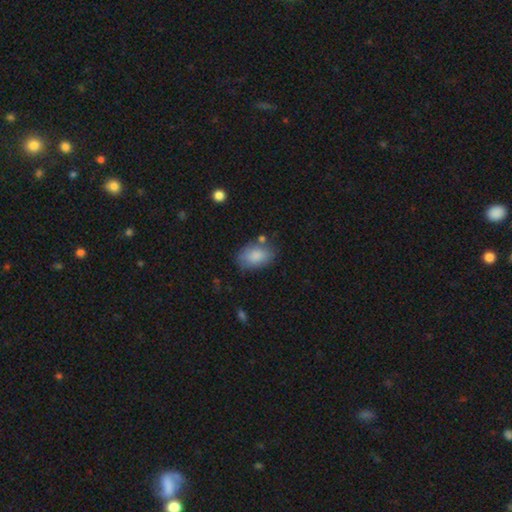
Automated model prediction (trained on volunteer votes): This is clearly a smooth galaxy (85%). How rounded: clearly in between (87%). Merging: likely none (68%).